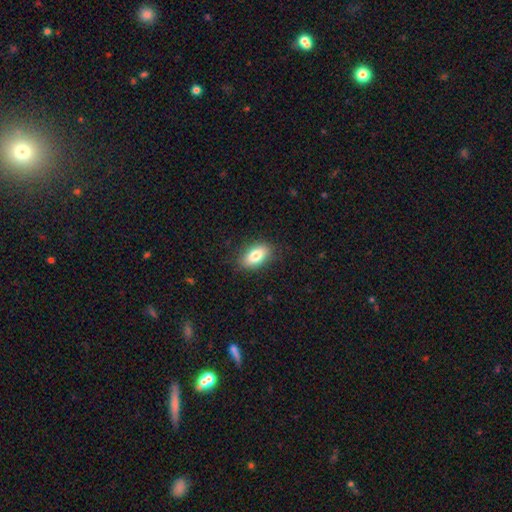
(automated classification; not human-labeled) A smooth galaxy with no disk features (81%) that is in between round and cigar-shaped (89%).

Vote fractions:
- Smooth or featured? smooth: 81% / featured or disk: 11% / star or artifact: 8%
- How rounded? in between: 89% / round: 6% / cigar-shaped: 5%
- Merging? none: 86% / minor disturbance: 10% / major disturbance: 3% / merger: 1%